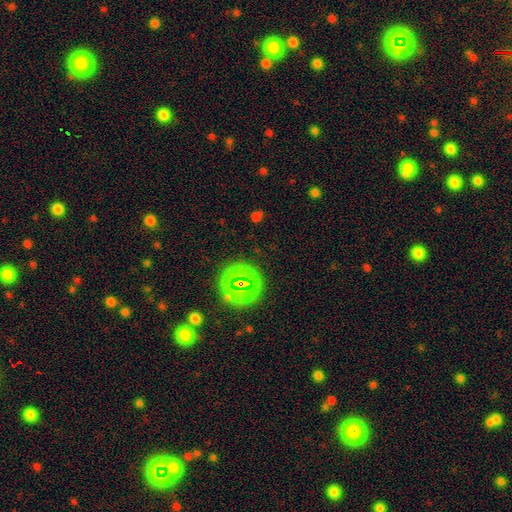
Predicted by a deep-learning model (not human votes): Overall: star or artifact (66%).